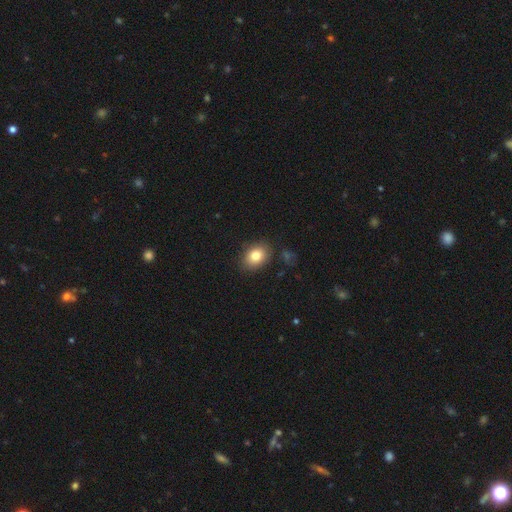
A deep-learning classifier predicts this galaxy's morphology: Overall: smooth (81%). How rounded: in between (69%; round 30%). Merging: none (85%).